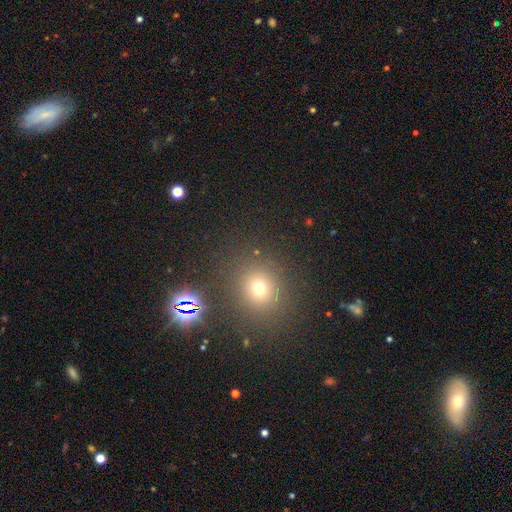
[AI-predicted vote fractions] Morphology: type=smooth (55%); roundness=round (81%); merging=none (86%).